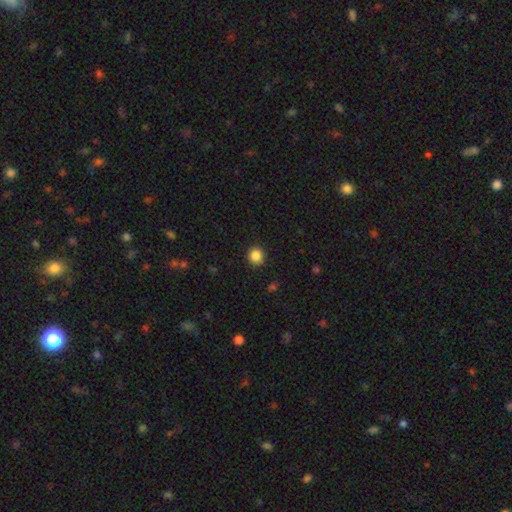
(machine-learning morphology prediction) Q: Smooth or featured?
A: smooth (87%); runner-up: star or artifact (10%)
Q: How rounded?
A: round (92%); runner-up: in between (7%)
Q: Merging?
A: none (92%); runner-up: minor disturbance (6%)